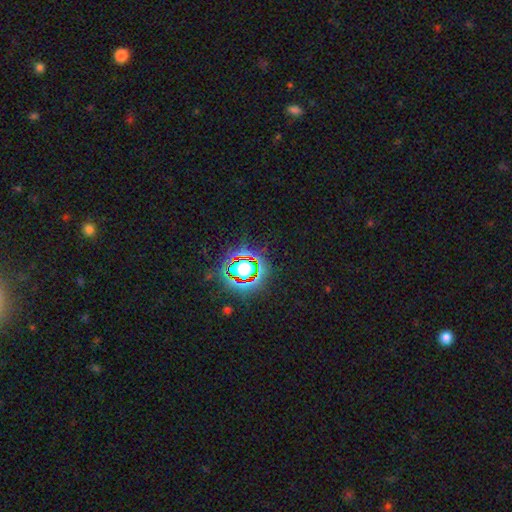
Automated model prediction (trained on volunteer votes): Smooth or featured: star or artifact — 80% (smooth — 13%)